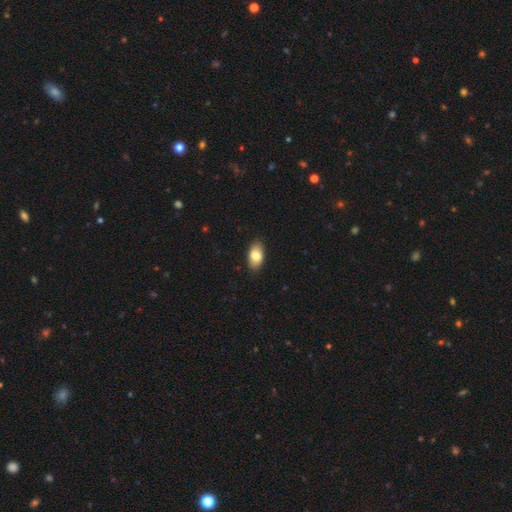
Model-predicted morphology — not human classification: This is clearly a smooth galaxy (81%). How rounded: clearly in between (93%). Merging: clearly none (88%).